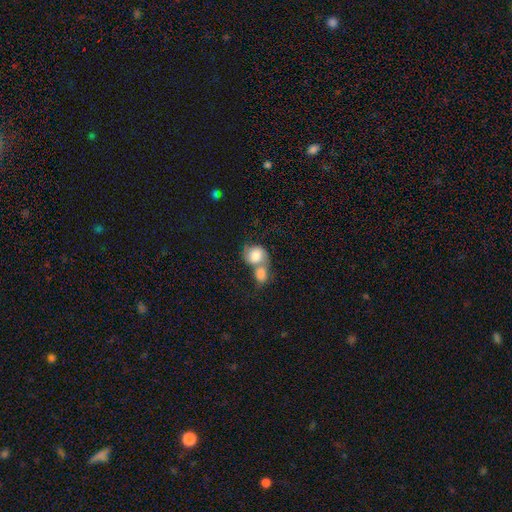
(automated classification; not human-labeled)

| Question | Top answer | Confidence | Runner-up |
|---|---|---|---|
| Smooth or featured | smooth | 69% | featured or disk (24%) |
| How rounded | round | 65% | in between (33%) |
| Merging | merger | 71% | none (16%) |